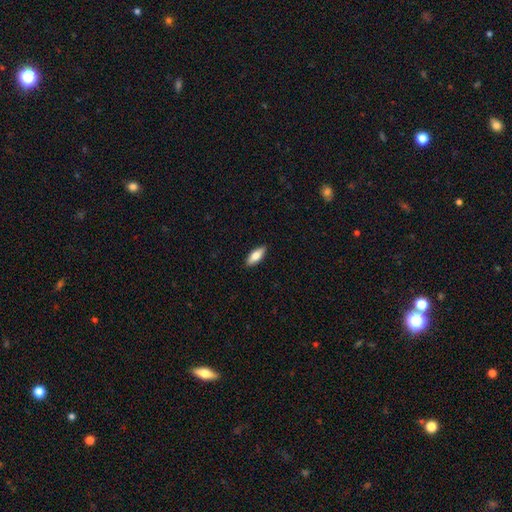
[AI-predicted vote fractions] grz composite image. It shows a smooth galaxy with no disk features (76%) that is in between round and cigar-shaped (68%). Merging: none (89%).